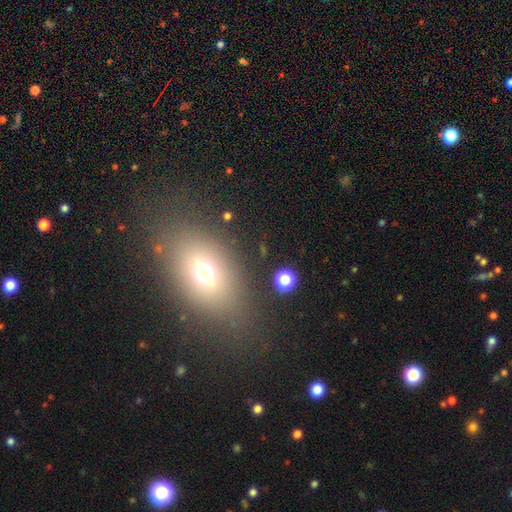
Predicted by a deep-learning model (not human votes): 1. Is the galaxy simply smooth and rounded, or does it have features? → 65% smooth, 19% star or artifact, 16% featured or disk.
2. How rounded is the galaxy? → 81% in between, 15% round, 4% cigar-shaped.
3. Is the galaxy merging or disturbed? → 84% none, 9% minor disturbance, 4% major disturbance, 2% merger.